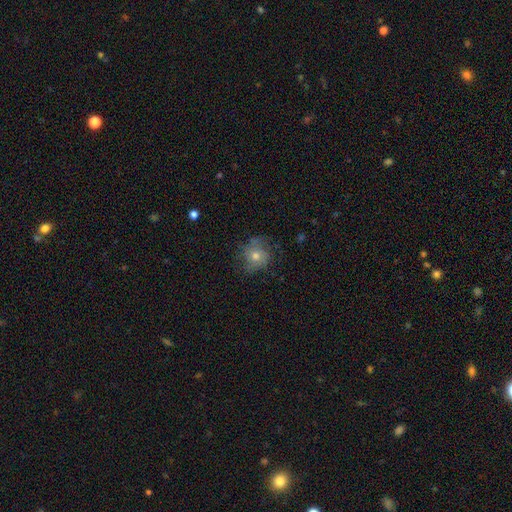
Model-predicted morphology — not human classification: A smooth galaxy with no disk features (58%) that is round (77%).

Vote fractions:
- Smooth or featured? smooth: 58% / featured or disk: 32% / star or artifact: 10%
- How rounded? round: 77% / in between: 22% / cigar-shaped: 1%
- Merging? none: 64% / minor disturbance: 23% / major disturbance: 12% / merger: 1%